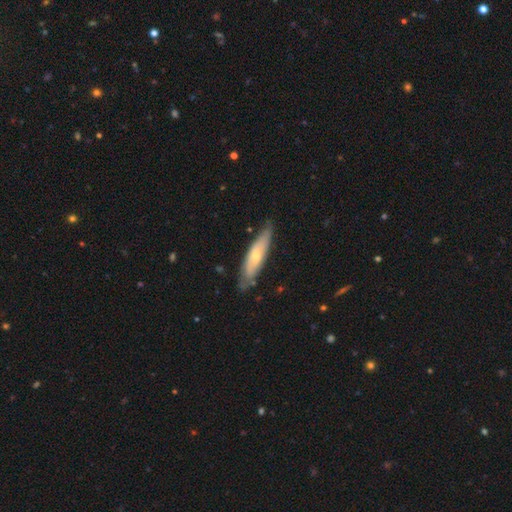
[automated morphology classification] Overall: featured or disk (48%; smooth 46%). Merging: none (72%).